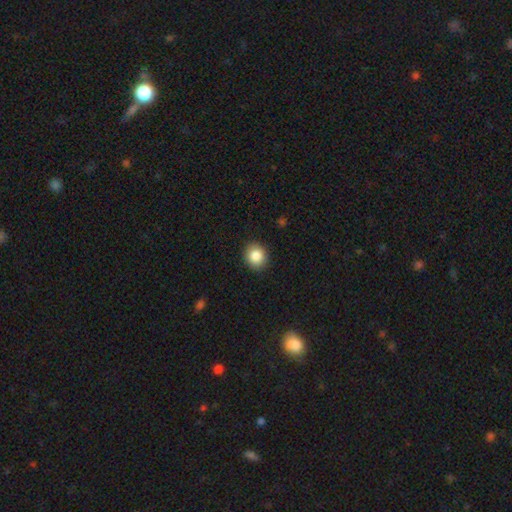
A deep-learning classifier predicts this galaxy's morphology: Overall: smooth (87%). How rounded: round (80%). Merging: none (90%).